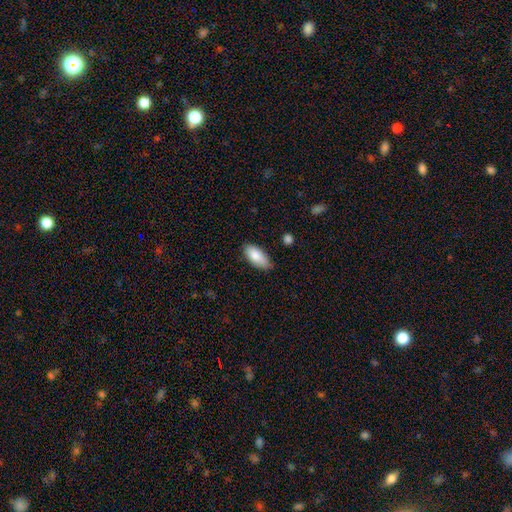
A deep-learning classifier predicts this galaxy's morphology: smooth-or-featured: smooth: 86% | featured or disk: 8% | star or artifact: 6%
  how-rounded: in between: 89% | cigar-shaped: 8% | round: 2%
  merging: none: 74% | minor disturbance: 21% | major disturbance: 3% | merger: 2%